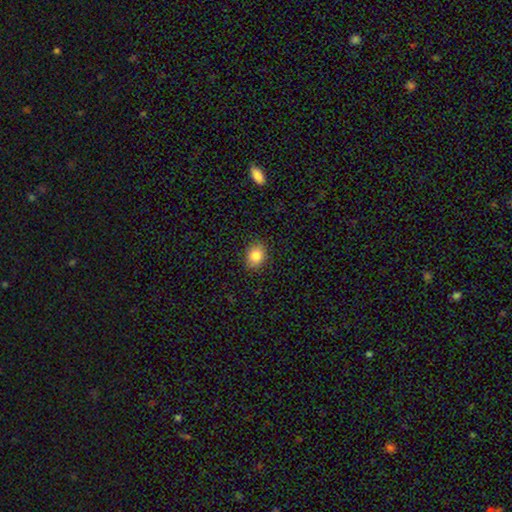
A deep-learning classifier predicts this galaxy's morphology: smooth-or-featured: smooth: 84% | star or artifact: 9% | featured or disk: 6%
  how-rounded: in between: 53% | round: 47% | cigar-shaped: 1%
  merging: none: 88% | minor disturbance: 9% | major disturbance: 2% | merger: 1%